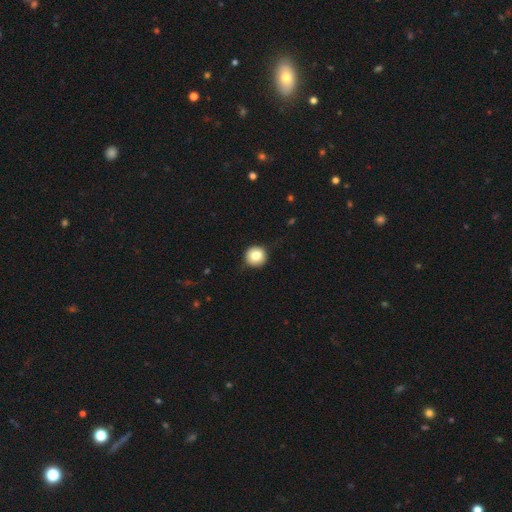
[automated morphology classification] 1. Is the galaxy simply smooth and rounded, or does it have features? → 82% smooth, 9% featured or disk, 9% star or artifact.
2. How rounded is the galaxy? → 93% round, 6% in between, 1% cigar-shaped.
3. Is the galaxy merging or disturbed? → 84% none, 12% minor disturbance, 3% major disturbance, 1% merger.